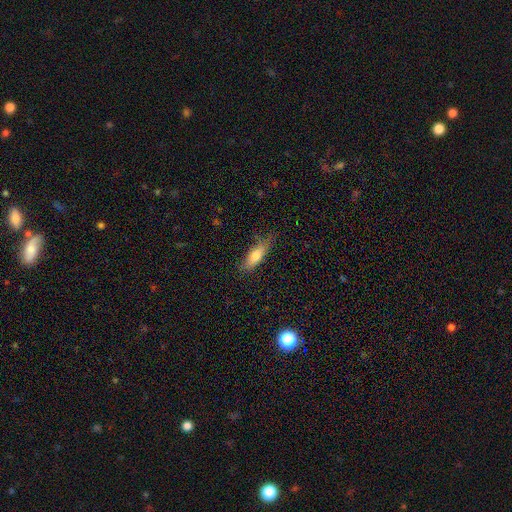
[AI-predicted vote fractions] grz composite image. It shows a smooth galaxy with no disk features (73%) that is in between round and cigar-shaped (55%). Merging: none (71%).